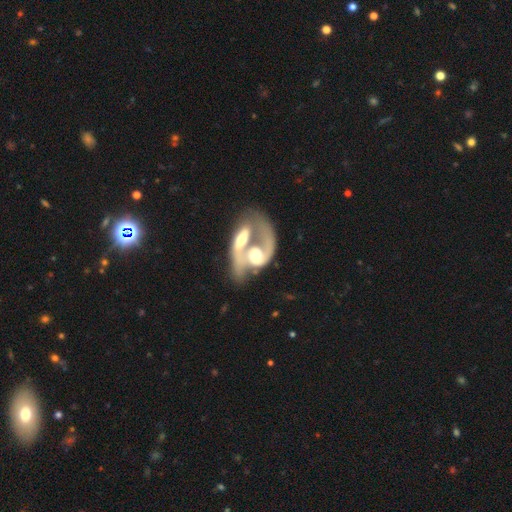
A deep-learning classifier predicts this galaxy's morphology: smooth-or-featured: featured or disk: 74% | smooth: 21% | star or artifact: 5%
  disk-edge-on: no: 94% | yes: 6%
    bar: no: 63% | weak: 27% | strong: 10%
    has-spiral-arms: yes: 73% | no: 27%
      spiral-winding: loose: 50% | medium: 33% | tight: 17%
      spiral-arm-count: 2: 49% | 1: 35% | can't tell: 13% | 3: 2% | 4: 1% | more than 4: 1%
    bulge-size: moderate: 57% | large: 27% | small: 10% | none: 3% | dominant: 3%
  merging: merger: 78% | major disturbance: 11% | none: 7% | minor disturbance: 4%